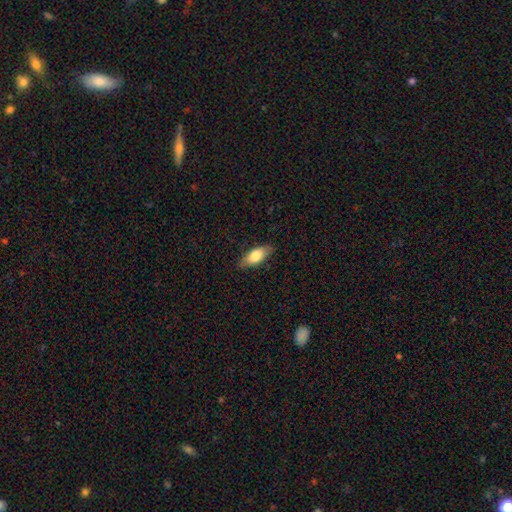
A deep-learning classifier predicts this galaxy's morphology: smooth_or_featured: smooth (p=0.75) [alt: featured or disk p=0.19]
how_rounded: in between (p=0.79) [alt: cigar-shaped p=0.18]
merging: none (p=0.82) [alt: minor disturbance p=0.14]